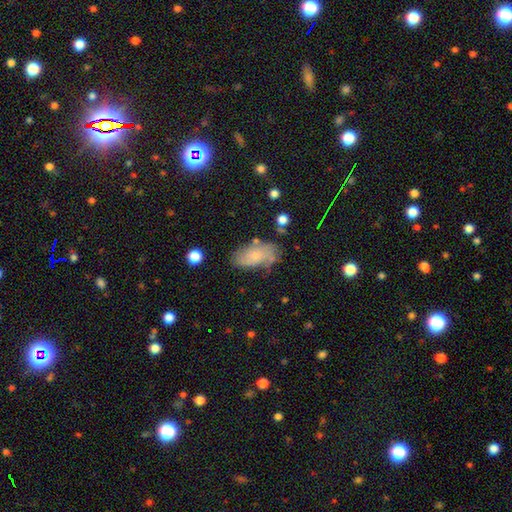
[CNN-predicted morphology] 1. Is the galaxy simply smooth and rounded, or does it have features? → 57% smooth, 34% featured or disk, 9% star or artifact.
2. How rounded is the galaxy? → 92% in between, 4% cigar-shaped, 4% round.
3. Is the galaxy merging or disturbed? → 60% none, 26% minor disturbance, 9% major disturbance, 5% merger.